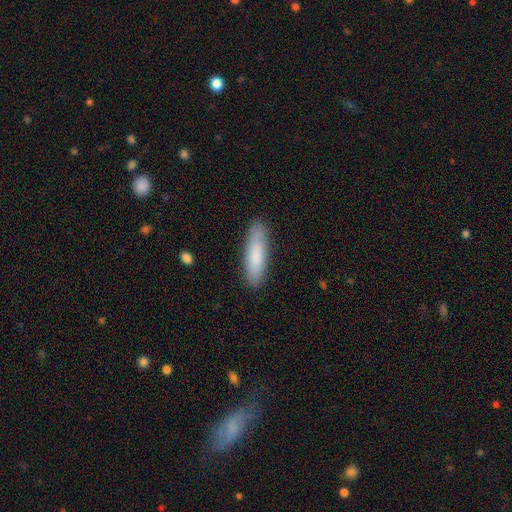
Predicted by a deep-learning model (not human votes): The model was most divided on "how rounded": cigar-shaped: 68%, in between: 30%, round: 1%. More confident: merging — none (87%); smooth or featured — smooth (83%).